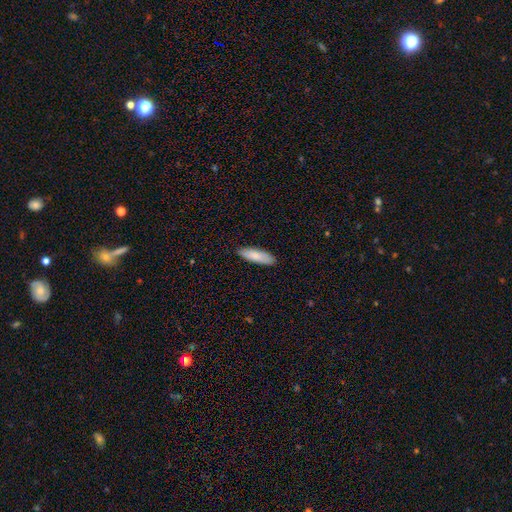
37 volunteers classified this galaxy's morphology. This is clearly a smooth galaxy (86%). How rounded: possibly in between (59%). Merging: clearly none (100%).